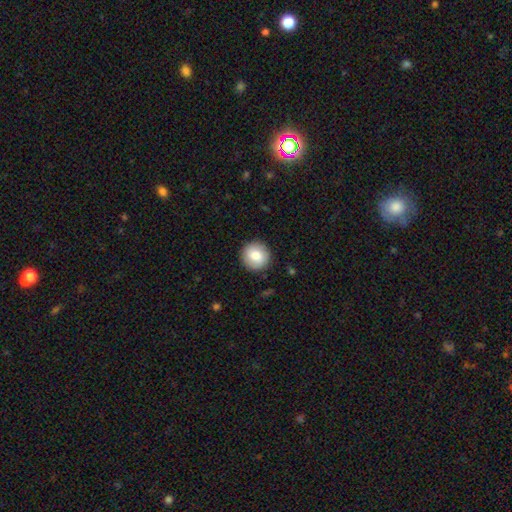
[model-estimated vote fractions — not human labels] The model was most divided on "smooth or featured": smooth: 83%, featured or disk: 10%, star or artifact: 7%. More confident: how rounded — round (94%); merging — none (91%).